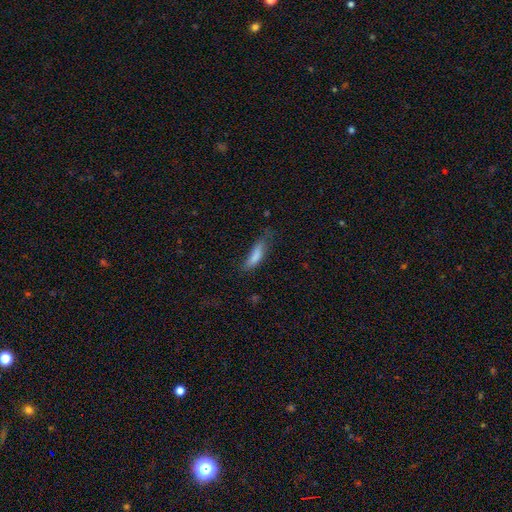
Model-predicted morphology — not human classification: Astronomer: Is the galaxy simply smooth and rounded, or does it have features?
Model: smooth — 77%.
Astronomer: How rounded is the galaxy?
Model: cigar-shaped — 55% (runner-up: in between, 43%).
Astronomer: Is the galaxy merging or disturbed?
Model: none — 40% (runner-up: minor disturbance, 36%).